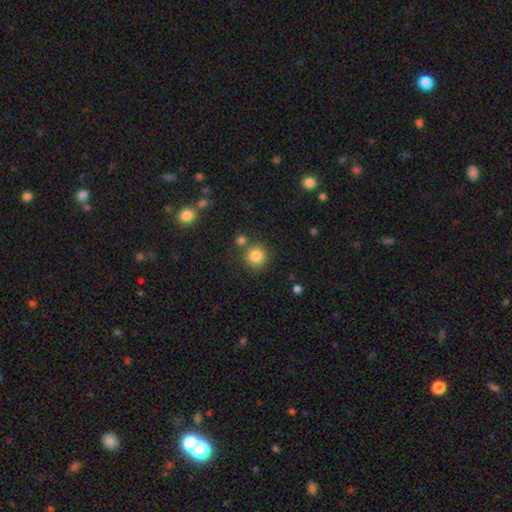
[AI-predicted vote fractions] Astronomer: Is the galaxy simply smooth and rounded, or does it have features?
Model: smooth — 83%.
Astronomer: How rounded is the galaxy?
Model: round — 92%.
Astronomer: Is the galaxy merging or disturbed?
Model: none — 77%.